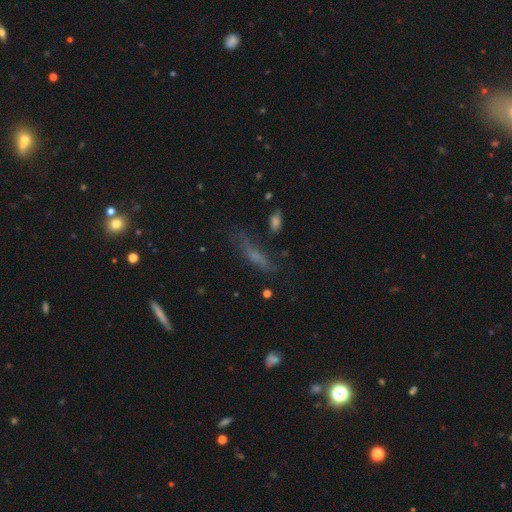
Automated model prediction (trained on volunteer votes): Overall: smooth (45%; featured or disk 34%). Merging: none (57%; minor disturbance 22%).